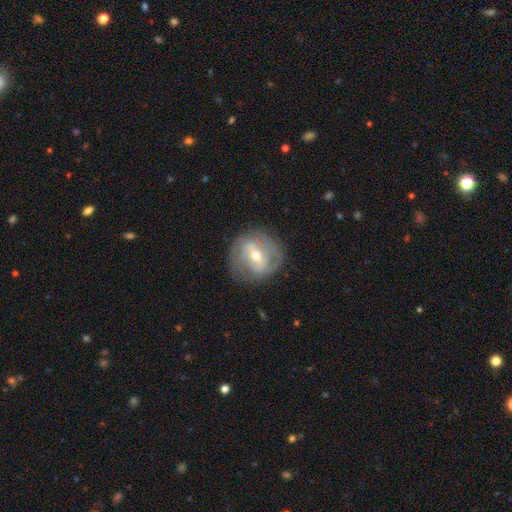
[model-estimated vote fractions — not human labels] Smooth or featured: featured or disk — 73% (smooth — 21%)
Edge-on disk: no — 95% (yes — 5%)
Bar: weak — 42% (strong — 39%)
Spiral arms: yes — 70% (no — 30%)
Bulge size: moderate — 62% (small — 33%)
Merging: none — 77% (minor disturbance — 15%)